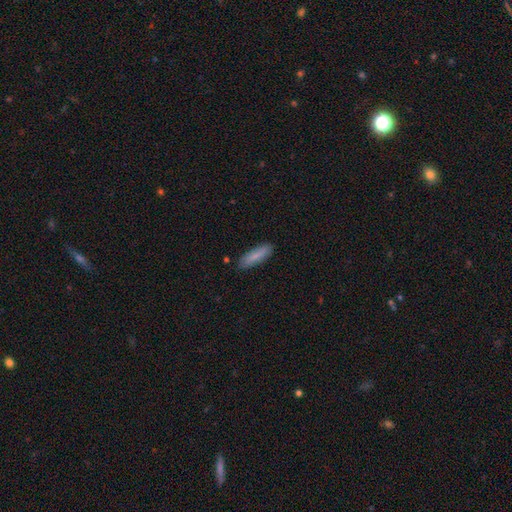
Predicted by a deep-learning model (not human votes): Morphology: type=smooth (80%); roundness=cigar-shaped (62%); merging=none (86%).